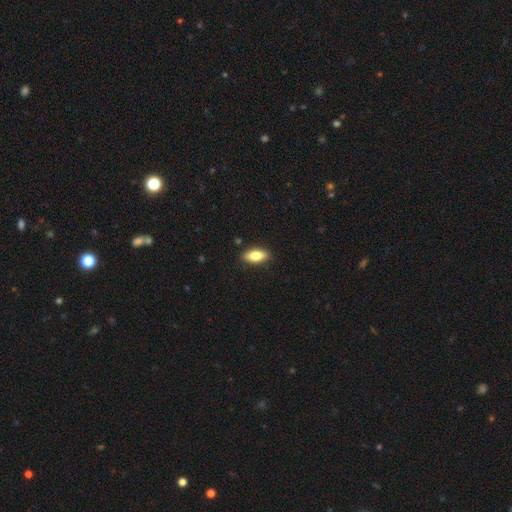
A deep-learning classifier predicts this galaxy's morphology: A smooth galaxy with no disk features (77%) that is in between round and cigar-shaped (83%). Merging: none (88%).